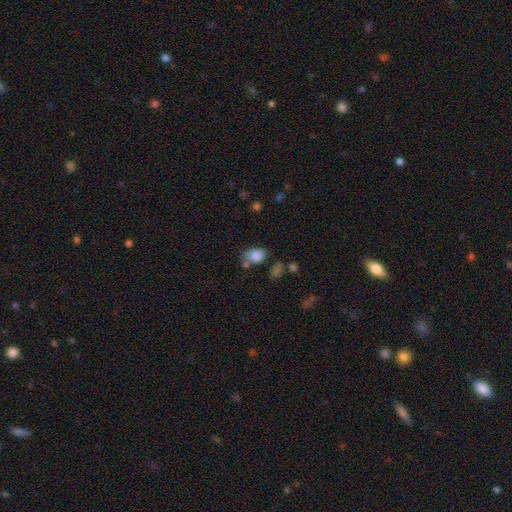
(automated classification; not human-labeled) Smooth or featured? smooth (83%)
How rounded? in between (73%)
Merging? none (51%)